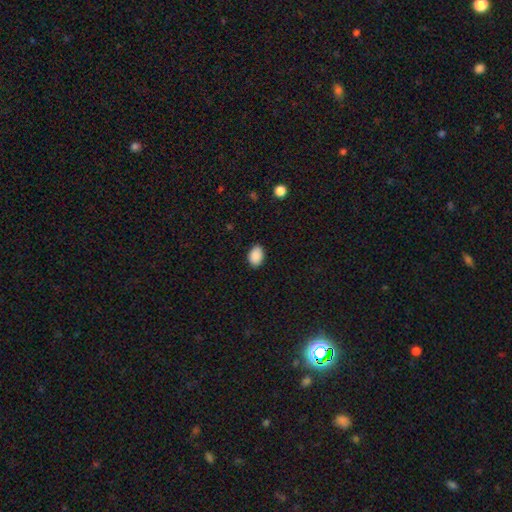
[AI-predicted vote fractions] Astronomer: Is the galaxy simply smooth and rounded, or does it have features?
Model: smooth — 90%.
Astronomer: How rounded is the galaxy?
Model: in between — 83%.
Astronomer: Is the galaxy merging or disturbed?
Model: none — 87%.